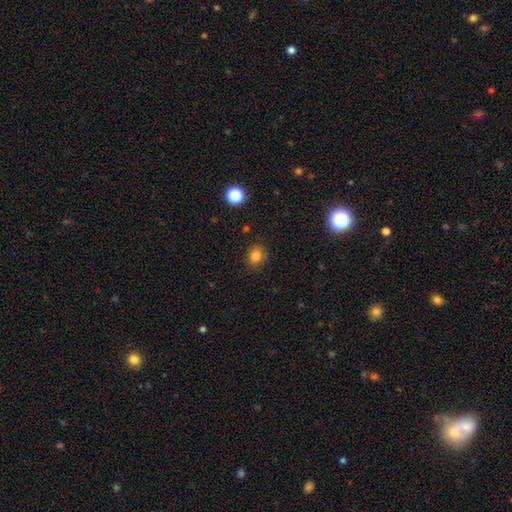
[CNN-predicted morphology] This is clearly a smooth galaxy (81%). How rounded: likely round (71%). Merging: clearly none (83%).